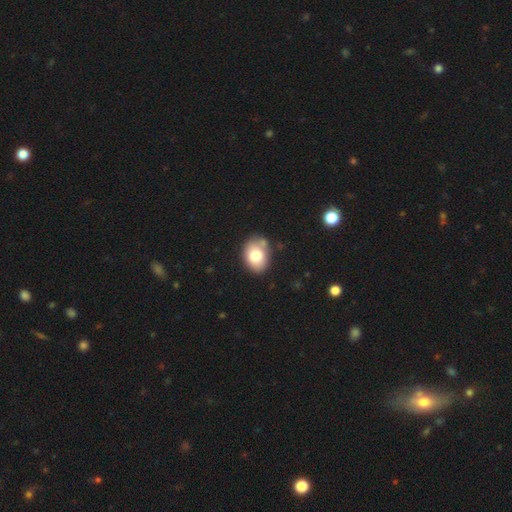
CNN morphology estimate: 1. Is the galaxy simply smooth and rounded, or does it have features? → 77% smooth, 14% featured or disk, 9% star or artifact.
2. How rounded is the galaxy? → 72% in between, 27% round, 1% cigar-shaped.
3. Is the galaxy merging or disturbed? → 72% none, 17% minor disturbance, 7% merger, 4% major disturbance.